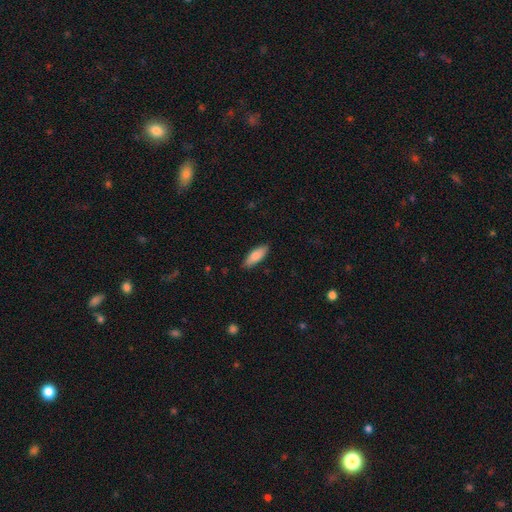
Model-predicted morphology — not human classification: A smooth galaxy with no disk features (85%) that is in between round and cigar-shaped (68%).

Vote fractions:
- Smooth or featured? smooth: 85% / featured or disk: 9% / star or artifact: 6%
- How rounded? in between: 68% / cigar-shaped: 30% / round: 2%
- Merging? none: 86% / minor disturbance: 11% / major disturbance: 2% / merger: 1%